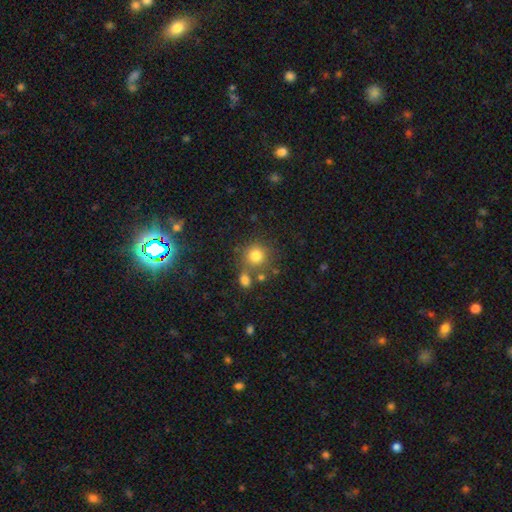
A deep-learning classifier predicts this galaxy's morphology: The model was most divided on "merging": none: 69%, merger: 16%, minor disturbance: 10%, major disturbance: 5%. More confident: how rounded — round (90%); smooth or featured — smooth (79%).